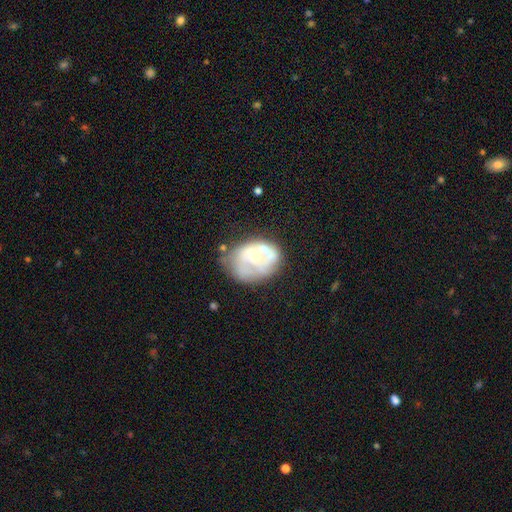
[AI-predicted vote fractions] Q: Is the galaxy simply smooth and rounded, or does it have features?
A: featured or disk — 60%.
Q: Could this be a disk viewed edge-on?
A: no — 97%.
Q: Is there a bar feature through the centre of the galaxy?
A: no — 84%.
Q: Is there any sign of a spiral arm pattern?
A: no — 61%.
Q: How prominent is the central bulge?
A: moderate — 48%.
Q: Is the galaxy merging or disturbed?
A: none — 44%.